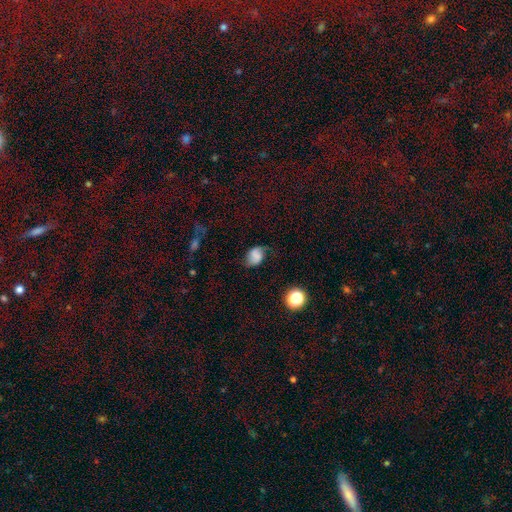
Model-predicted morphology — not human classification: Overall: smooth (52%; featured or disk 35%). How rounded: in between (64%; round 34%). Merging: none (54%; minor disturbance 28%).